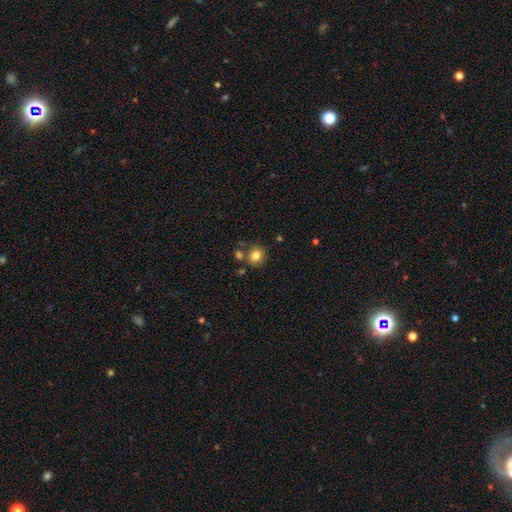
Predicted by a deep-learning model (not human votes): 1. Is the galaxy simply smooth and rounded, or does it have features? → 81% smooth, 11% star or artifact, 8% featured or disk.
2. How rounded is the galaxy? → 72% round, 27% in between, 1% cigar-shaped.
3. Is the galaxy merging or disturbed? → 70% none, 13% merger, 12% minor disturbance, 4% major disturbance.